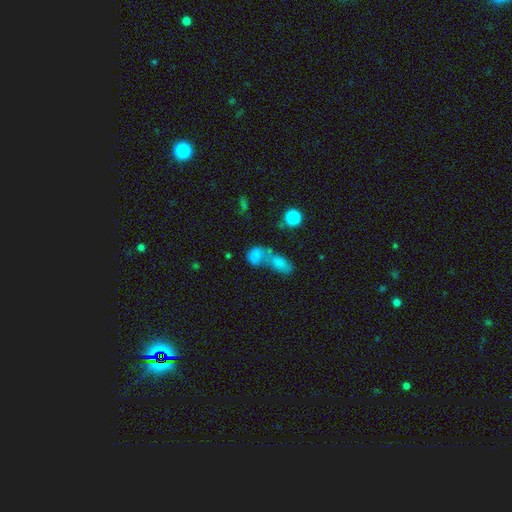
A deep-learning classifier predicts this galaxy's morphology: smooth 74%, star or artifact 14%, featured or disk 12%. Down the decision tree: how rounded — in between (64%); merging — merger (63%).